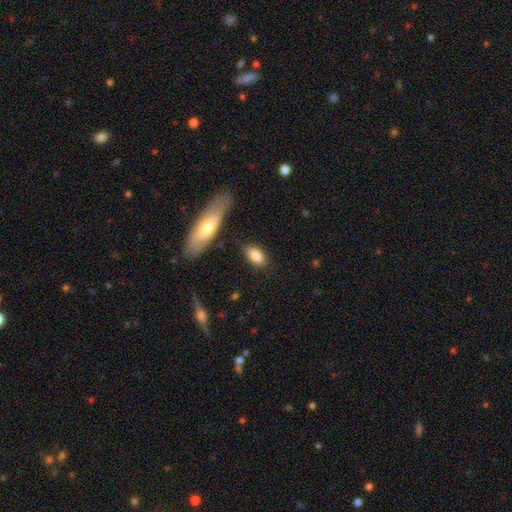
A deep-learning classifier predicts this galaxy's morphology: The model was most divided on "merging": none: 83%, minor disturbance: 11%, merger: 3%, major disturbance: 3%. More confident: how rounded — in between (88%); smooth or featured — smooth (84%).